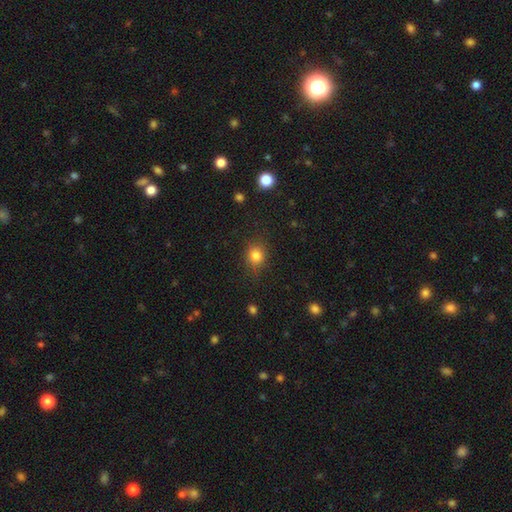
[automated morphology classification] Smooth or featured: smooth — 82% (star or artifact — 12%)
How rounded: round — 75% (in between — 23%)
Merging: none — 81% (minor disturbance — 14%)